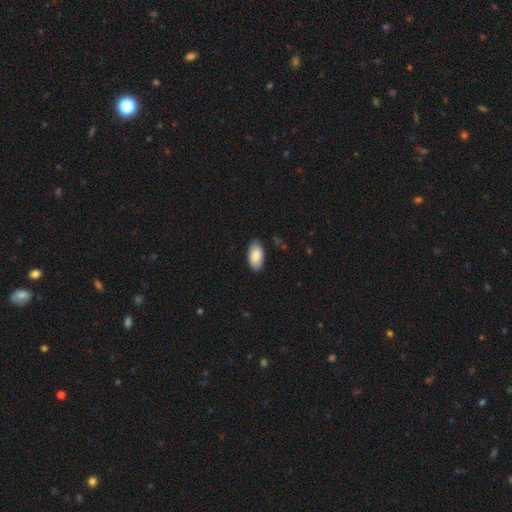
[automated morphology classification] Smooth or featured: smooth — 87% (featured or disk — 7%)
How rounded: in between — 94% (cigar-shaped — 3%)
Merging: none — 84% (minor disturbance — 13%)